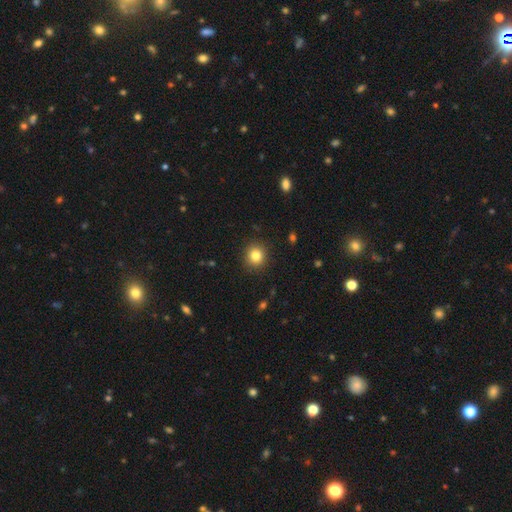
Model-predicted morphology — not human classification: Smooth or featured? Predicted: smooth (p=0.83). How rounded? Predicted: round (p=0.86). Merging? Predicted: none (p=0.90).